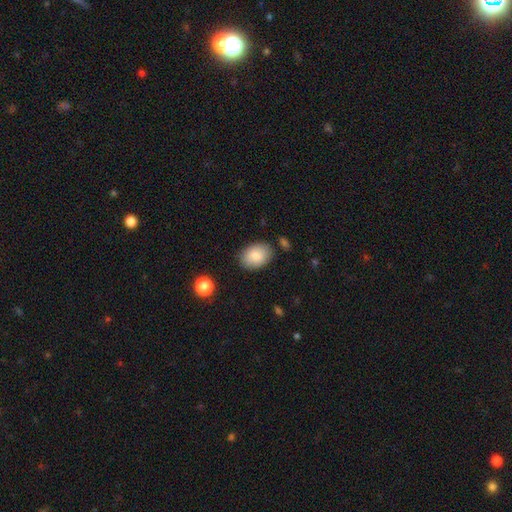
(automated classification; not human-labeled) smooth-or-featured: smooth: 84% | featured or disk: 9% | star or artifact: 7%
  how-rounded: in between: 82% | round: 17% | cigar-shaped: 1%
  merging: none: 83% | minor disturbance: 12% | major disturbance: 3% | merger: 2%